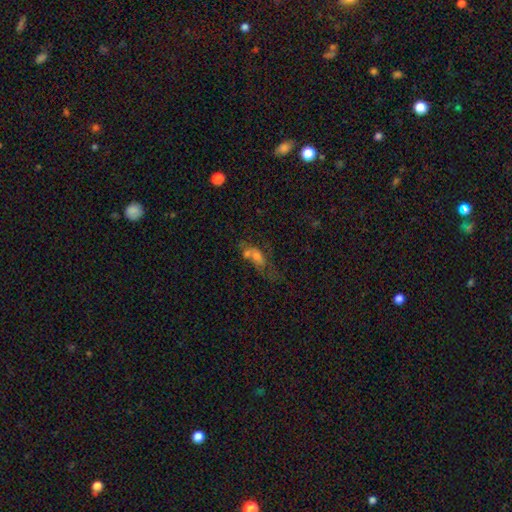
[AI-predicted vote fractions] Morphology: type=smooth (43%); merging=none (35%).